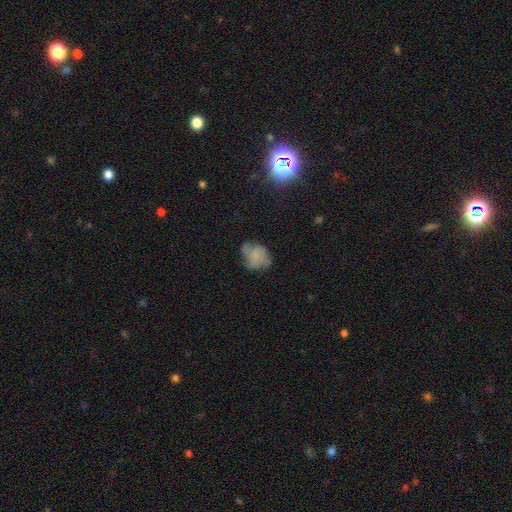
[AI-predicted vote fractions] A smooth galaxy with no disk features (55%) that is in between round and cigar-shaped (51%).

Vote fractions:
- Smooth or featured? smooth: 55% / featured or disk: 34% / star or artifact: 11%
- How rounded? in between: 51% / round: 48% / cigar-shaped: 1%
- Merging? none: 49% / minor disturbance: 32% / major disturbance: 17% / merger: 3%